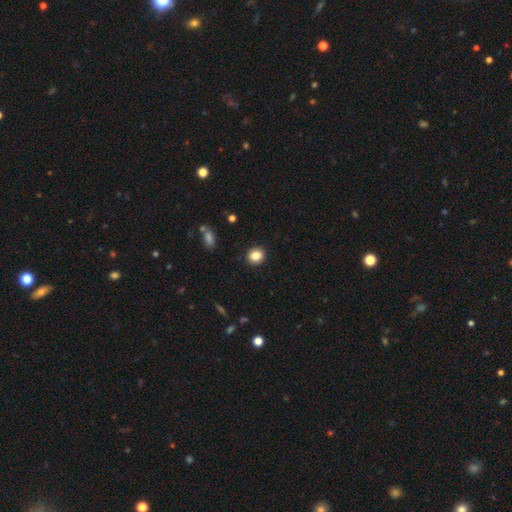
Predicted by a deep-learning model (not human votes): Smooth or featured? smooth (84%)
How rounded? round (82%)
Merging? none (92%)